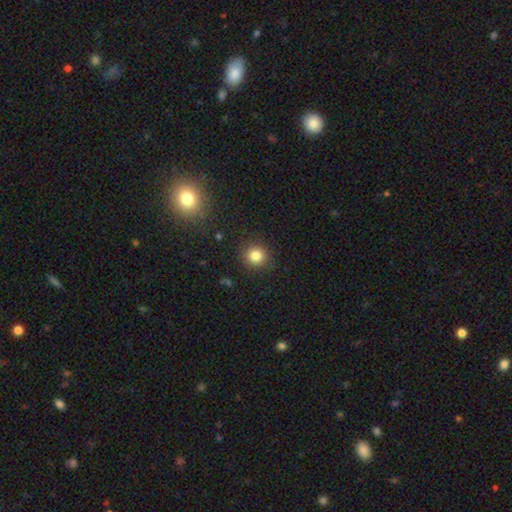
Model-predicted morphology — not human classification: Smooth or featured: smooth — 82% (star or artifact — 12%)
How rounded: round — 90% (in between — 9%)
Merging: none — 88% (minor disturbance — 8%)